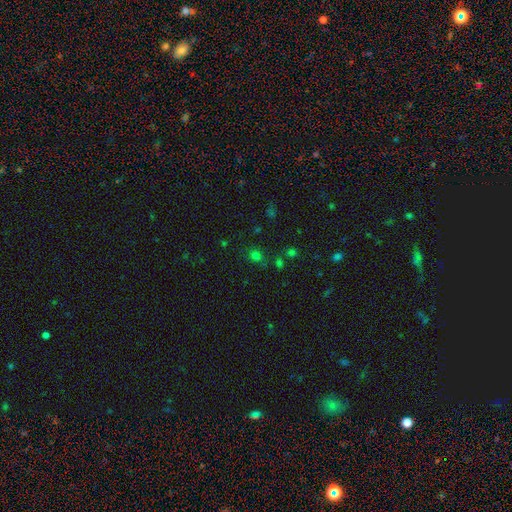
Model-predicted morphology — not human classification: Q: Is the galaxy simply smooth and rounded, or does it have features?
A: smooth — 64%.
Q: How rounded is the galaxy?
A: round — 71%.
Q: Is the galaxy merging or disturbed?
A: none — 75%.